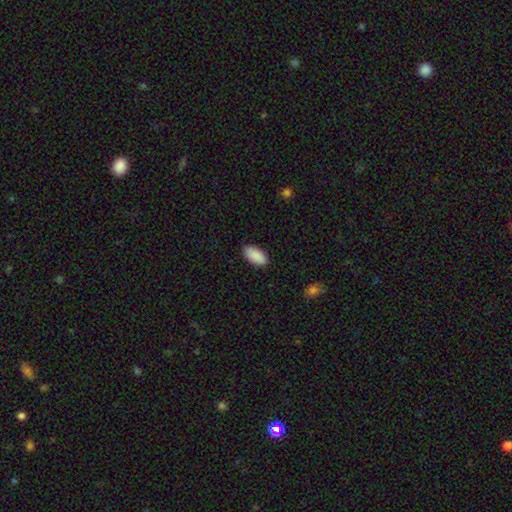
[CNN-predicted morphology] This appears to be a smooth galaxy with no disk features (91%) that is in between round and cigar-shaped (94%). Merging: none (88%).